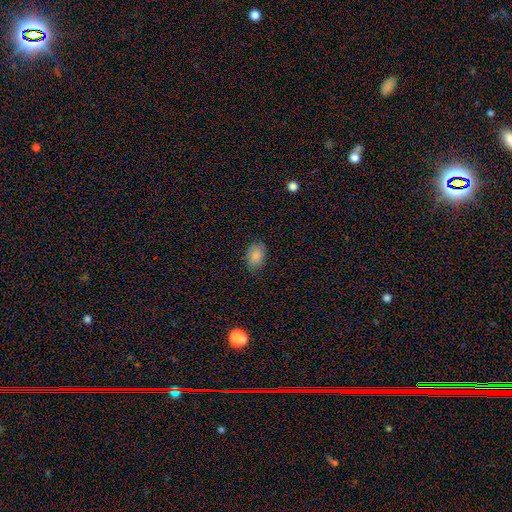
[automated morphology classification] This appears to be a smooth galaxy with no disk features (87%) that is in between round and cigar-shaped (85%). Merging: none (79%).